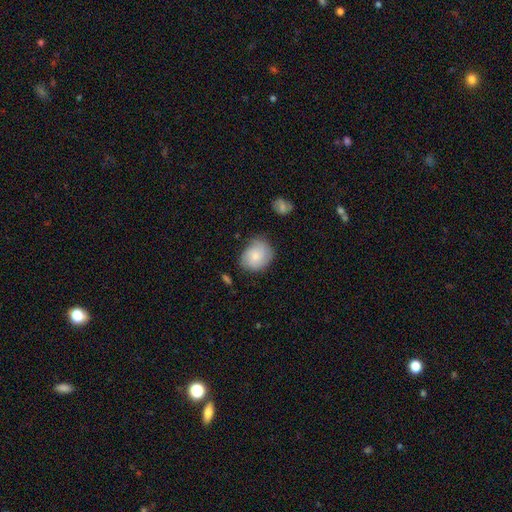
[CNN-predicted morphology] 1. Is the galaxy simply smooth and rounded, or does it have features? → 63% smooth, 30% featured or disk, 7% star or artifact.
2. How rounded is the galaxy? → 61% round, 38% in between, 1% cigar-shaped.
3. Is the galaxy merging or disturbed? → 63% none, 27% minor disturbance, 7% major disturbance, 2% merger.